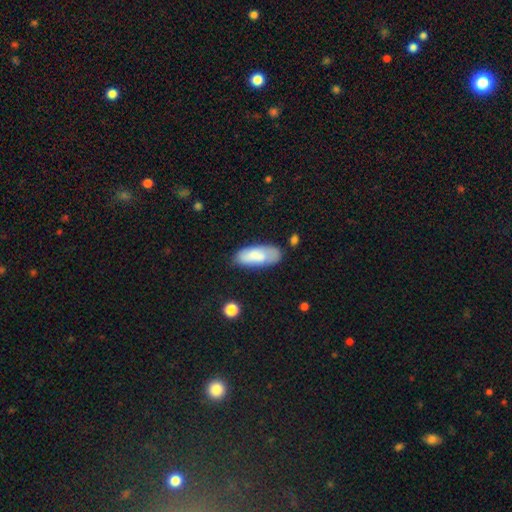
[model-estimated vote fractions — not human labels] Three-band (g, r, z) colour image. It shows a smooth galaxy with no disk features (80%) that is in between round and cigar-shaped (81%). Merging: none (67%).